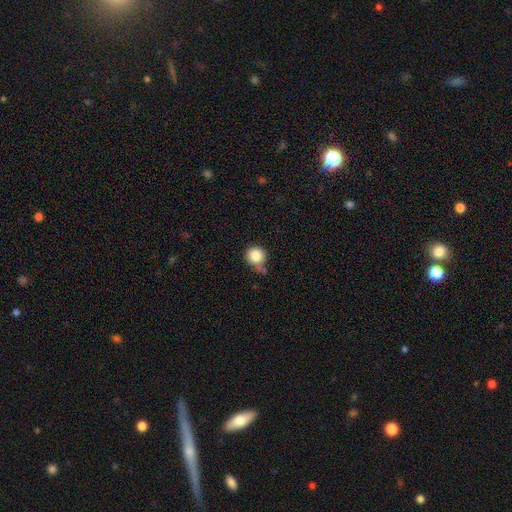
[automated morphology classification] A smooth galaxy with no disk features (83%) that is round (90%).

Vote fractions:
- Smooth or featured? smooth: 83% / star or artifact: 9% / featured or disk: 7%
- How rounded? round: 90% / in between: 10% / cigar-shaped: 1%
- Merging? none: 53% / minor disturbance: 25% / merger: 14% / major disturbance: 8%